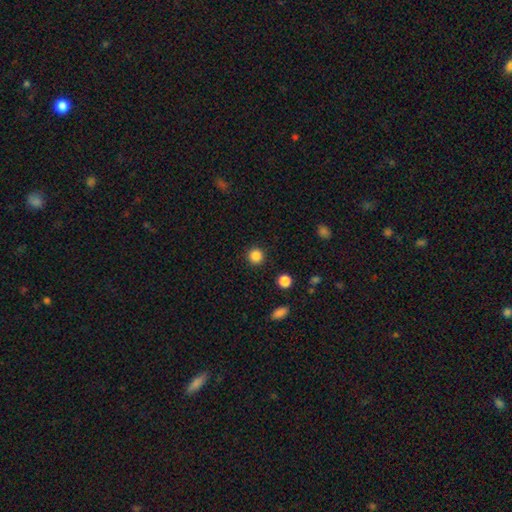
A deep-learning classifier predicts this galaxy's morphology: This is clearly a smooth galaxy (86%). How rounded: clearly round (95%). Merging: clearly none (92%).